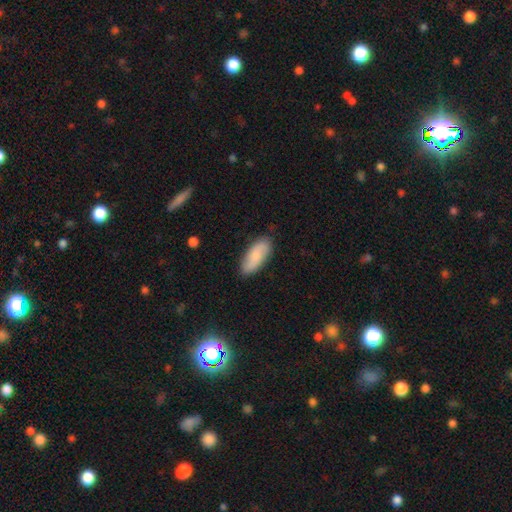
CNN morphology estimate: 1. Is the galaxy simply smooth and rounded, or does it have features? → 75% smooth, 19% featured or disk, 6% star or artifact.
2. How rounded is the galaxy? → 82% in between, 16% cigar-shaped, 2% round.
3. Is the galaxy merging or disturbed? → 85% none, 12% minor disturbance, 2% major disturbance, 1% merger.